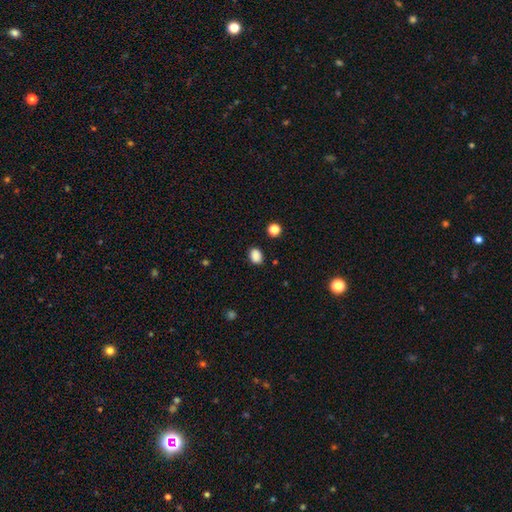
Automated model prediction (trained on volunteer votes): smooth-or-featured: smooth: 87% | star or artifact: 10% | featured or disk: 3%
  how-rounded: in between: 66% | round: 33% | cigar-shaped: 1%
  merging: none: 86% | minor disturbance: 10% | major disturbance: 2% | merger: 2%